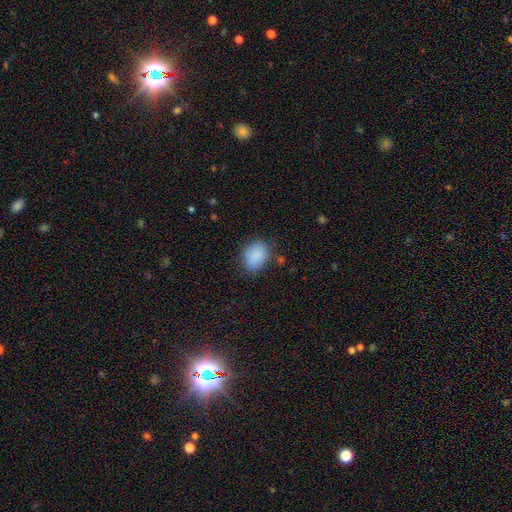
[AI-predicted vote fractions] smooth 88%, star or artifact 8%, featured or disk 5%. Down the decision tree: how rounded — in between (63%); merging — none (74%).